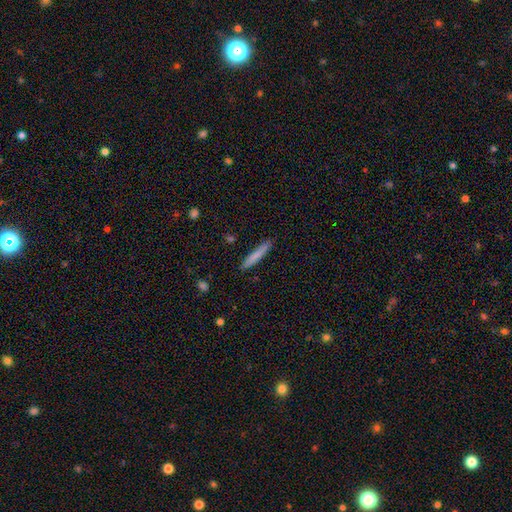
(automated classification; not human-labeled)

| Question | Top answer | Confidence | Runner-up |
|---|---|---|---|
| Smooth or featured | smooth | 77% | featured or disk (17%) |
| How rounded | cigar-shaped | 94% | in between (4%) |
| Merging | none | 88% | minor disturbance (9%) |